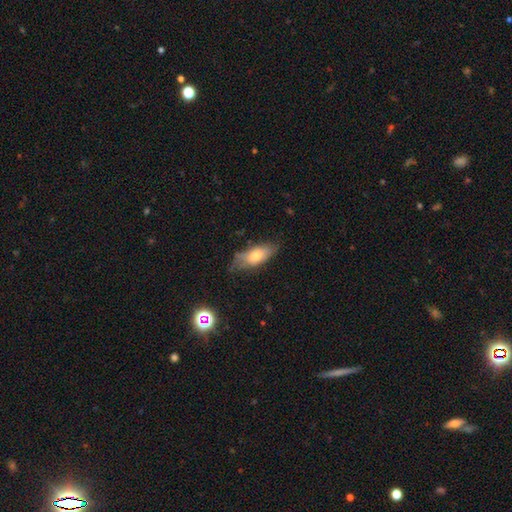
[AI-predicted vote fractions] This appears to be a smooth galaxy with no disk features (65%) that is in between round and cigar-shaped (80%). Merging: none (60%).